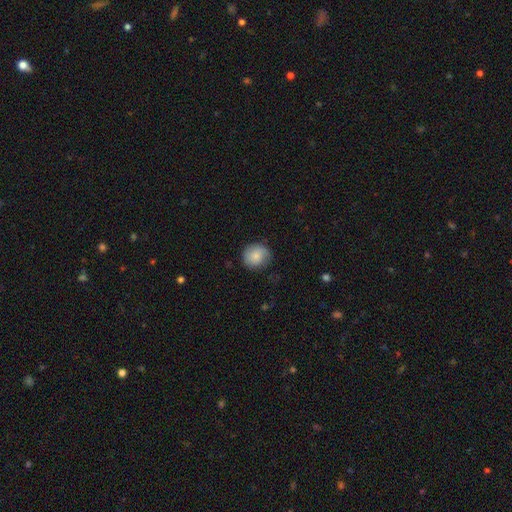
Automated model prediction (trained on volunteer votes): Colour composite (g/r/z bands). It shows a smooth galaxy with no disk features (78%) that is round (84%). Merging: none (75%).